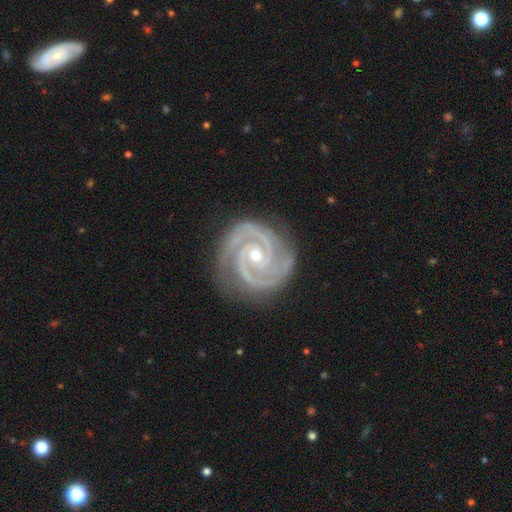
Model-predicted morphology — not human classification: The model was most divided on "bulge size" (2-way tie): moderate: 49%, small: 49%, large: 1%, none: 1%, dominant: 1%. More confident: spiral arms — yes (99%); edge-on disk — no (98%); smooth or featured — featured or disk (94%); merging — none (82%); spiral winding — tight (80%); spiral arm count — 2 (62%); bar — no (59%).